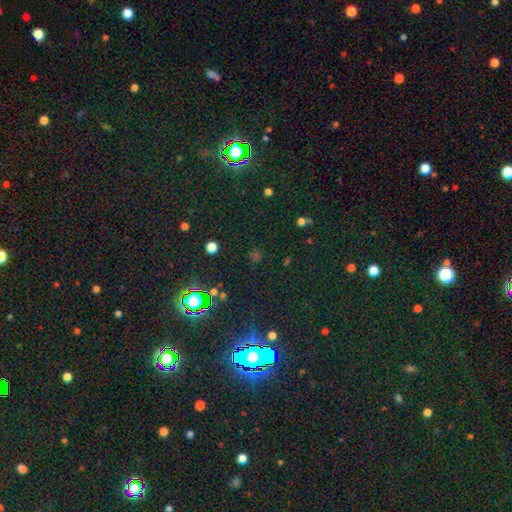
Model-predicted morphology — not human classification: This appears to be a star or artifact, not a galaxy (70%).